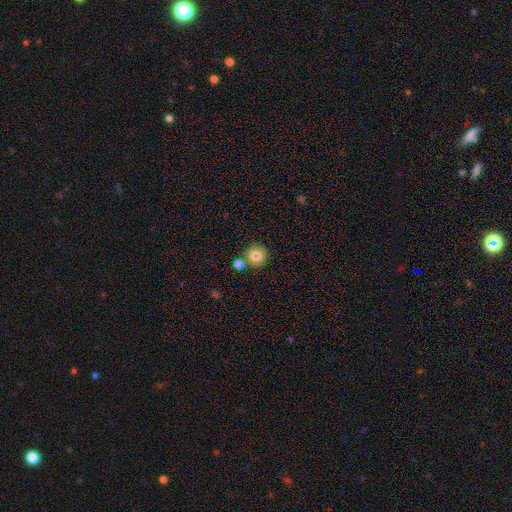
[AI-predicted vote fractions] Q: Smooth or featured?
A: smooth (80%); runner-up: star or artifact (10%)
Q: How rounded?
A: round (94%); runner-up: in between (5%)
Q: Merging?
A: none (74%); runner-up: merger (15%)